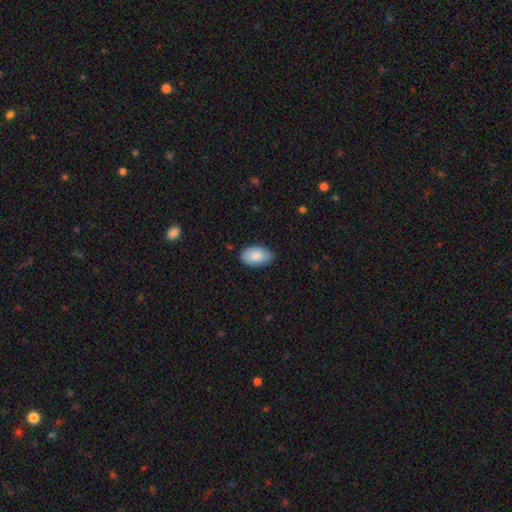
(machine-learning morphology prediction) Q: Smooth or featured?
A: smooth (87%); runner-up: featured or disk (7%)
Q: How rounded?
A: in between (94%); runner-up: round (5%)
Q: Merging?
A: none (81%); runner-up: minor disturbance (16%)